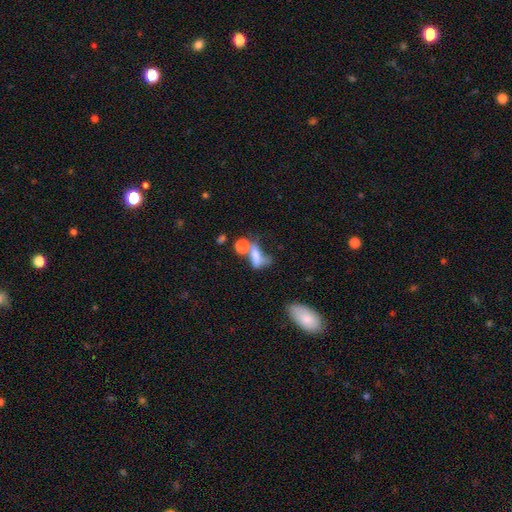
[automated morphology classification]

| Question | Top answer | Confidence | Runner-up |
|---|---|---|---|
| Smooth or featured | smooth | 65% | featured or disk (22%) |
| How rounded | in between | 66% | cigar-shaped (21%) |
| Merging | merger | 38% | none (23%) |